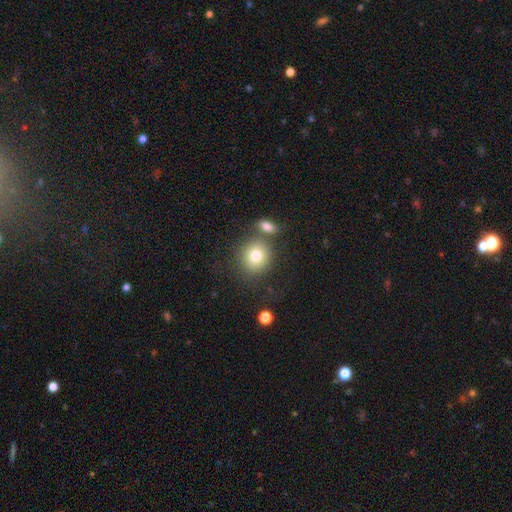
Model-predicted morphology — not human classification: Smooth or featured: smooth — 78% (featured or disk — 12%)
How rounded: round — 83% (in between — 16%)
Merging: none — 69% (merger — 17%)